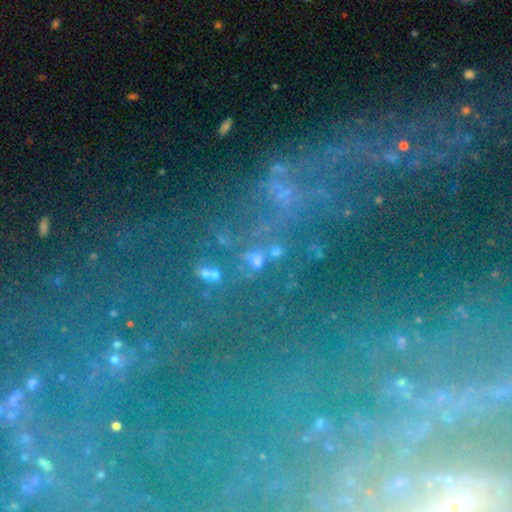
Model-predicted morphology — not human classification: This appears to be a star or artifact, not a galaxy (60%).